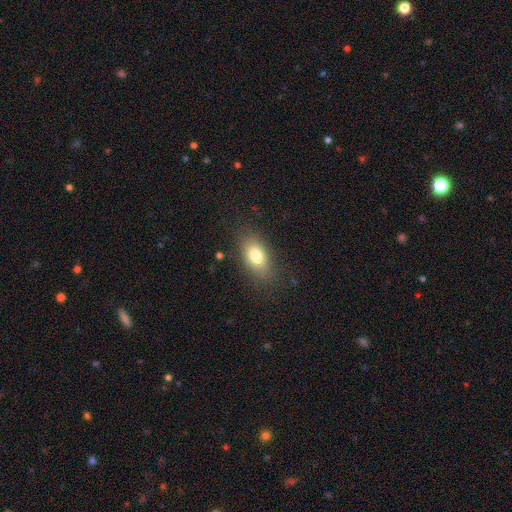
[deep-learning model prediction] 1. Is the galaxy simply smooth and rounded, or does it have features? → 77% smooth, 14% featured or disk, 9% star or artifact.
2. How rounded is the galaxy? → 85% in between, 11% round, 4% cigar-shaped.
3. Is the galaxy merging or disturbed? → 79% none, 14% minor disturbance, 5% major disturbance, 2% merger.